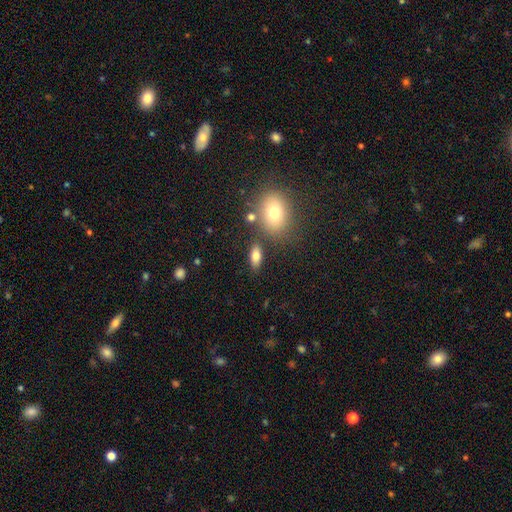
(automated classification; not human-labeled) A smooth galaxy with no disk features (79%) that is in between round and cigar-shaped (84%). Merging: none (80%).